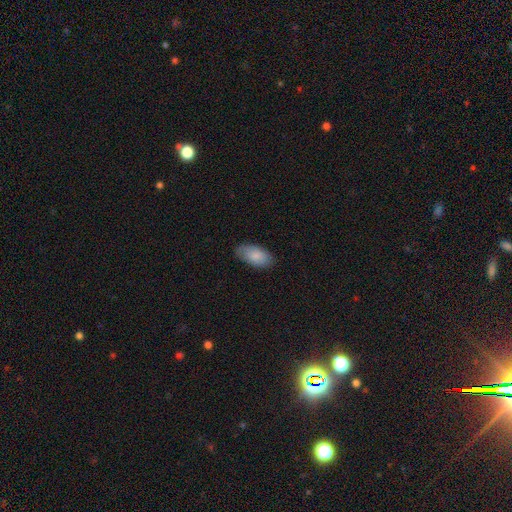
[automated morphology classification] Smooth or featured?
  - smooth: 87% *
  - featured or disk: 8%
  - star or artifact: 6%
How rounded?
  - in between: 95% *
  - cigar-shaped: 3%
  - round: 2%
Merging?
  - none: 82% *
  - minor disturbance: 14%
  - major disturbance: 3%
  - merger: 1%